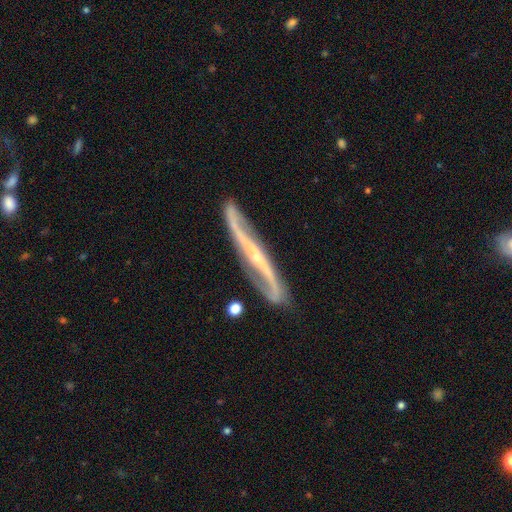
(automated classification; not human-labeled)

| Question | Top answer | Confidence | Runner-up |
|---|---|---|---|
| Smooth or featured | featured or disk | 89% | smooth (7%) |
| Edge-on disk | no | 58% | yes (42%) |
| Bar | strong | 43% | weak (28%) |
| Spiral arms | yes | 96% | no (4%) |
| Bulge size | small | 75% | moderate (17%) |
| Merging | none | 76% | minor disturbance (16%) |